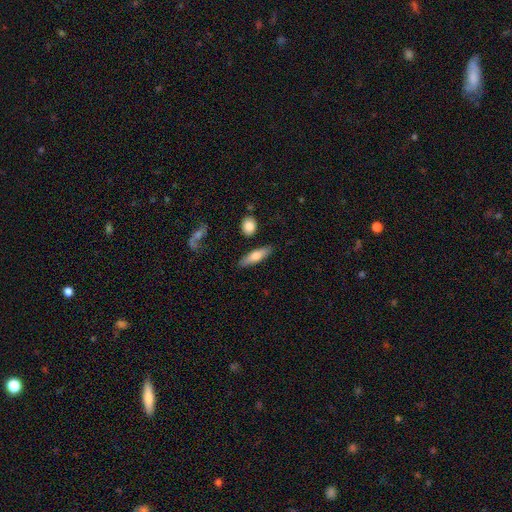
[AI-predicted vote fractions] A smooth galaxy with no disk features (65%) that is cigar-shaped (60%).

Vote fractions:
- Smooth or featured? smooth: 65% / featured or disk: 29% / star or artifact: 6%
- How rounded? cigar-shaped: 60% / in between: 37% / round: 3%
- Merging? none: 83% / minor disturbance: 10% / merger: 4% / major disturbance: 3%